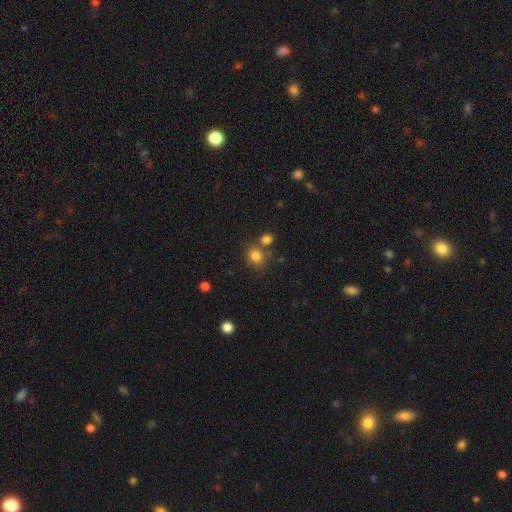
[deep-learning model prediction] This is clearly a smooth galaxy (82%). How rounded: likely round (75%). Merging: likely none (63%).